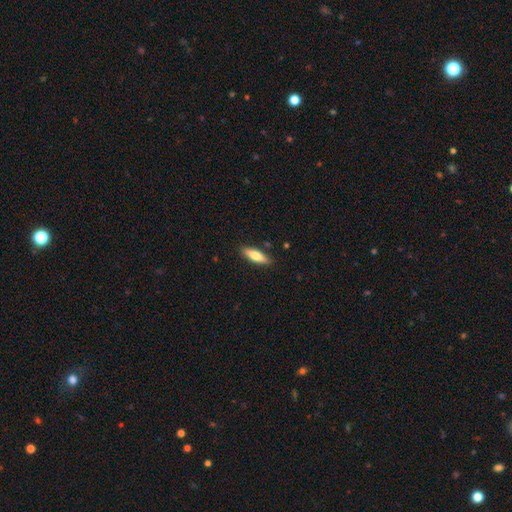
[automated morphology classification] This is likely a smooth galaxy (73%). How rounded: possibly in between (51%). Merging: clearly none (87%).